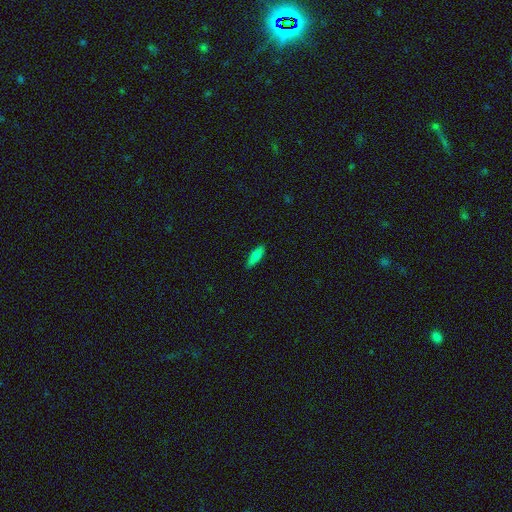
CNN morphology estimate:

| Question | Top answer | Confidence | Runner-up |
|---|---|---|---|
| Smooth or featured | smooth | 75% | featured or disk (17%) |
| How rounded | cigar-shaped | 54% | in between (43%) |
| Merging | none | 85% | minor disturbance (12%) |